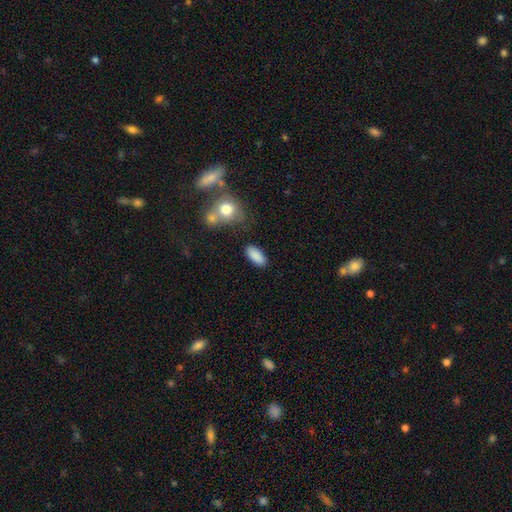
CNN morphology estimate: This is clearly a smooth galaxy (88%). How rounded: clearly in between (89%). Merging: clearly none (84%).